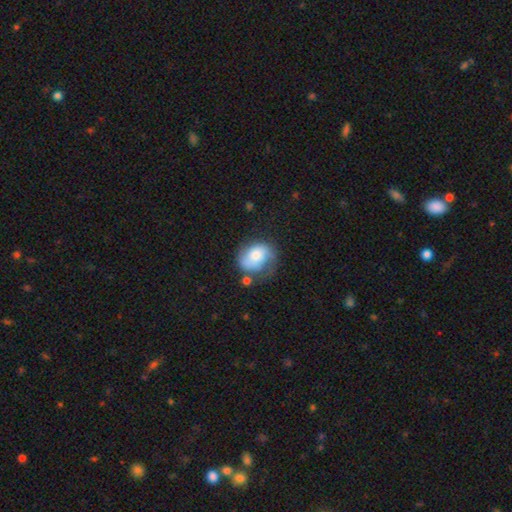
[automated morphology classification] Overall: smooth (59%; featured or disk 34%). How rounded: in between (56%; round 43%). Merging: none (39%; minor disturbance 32%).